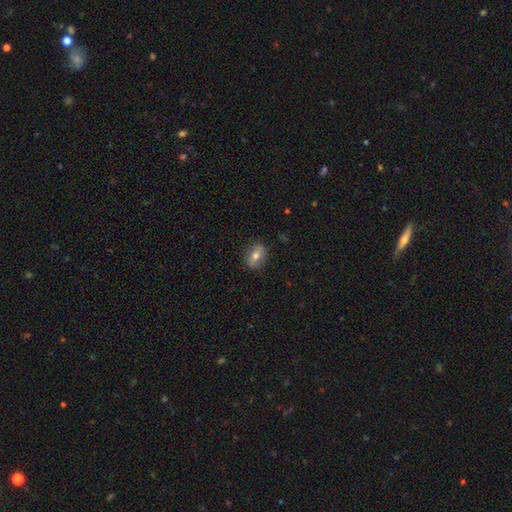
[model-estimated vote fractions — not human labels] smooth-or-featured: smooth: 65% | featured or disk: 27% | star or artifact: 9%
  how-rounded: in between: 70% | round: 27% | cigar-shaped: 3%
  merging: none: 83% | minor disturbance: 13% | major disturbance: 3% | merger: 1%